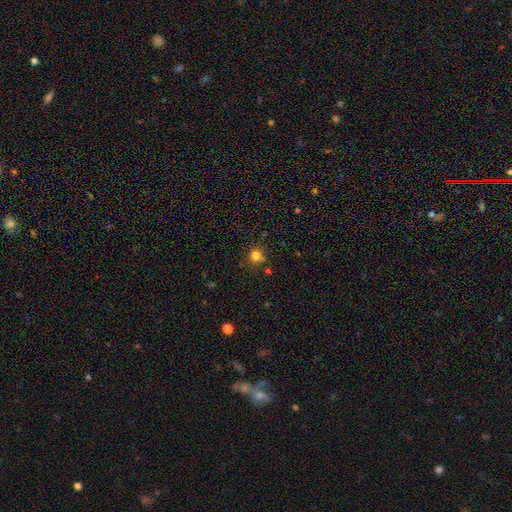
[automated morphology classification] This appears to be a smooth galaxy with no disk features (80%) that is round (90%). Merging: none (76%).